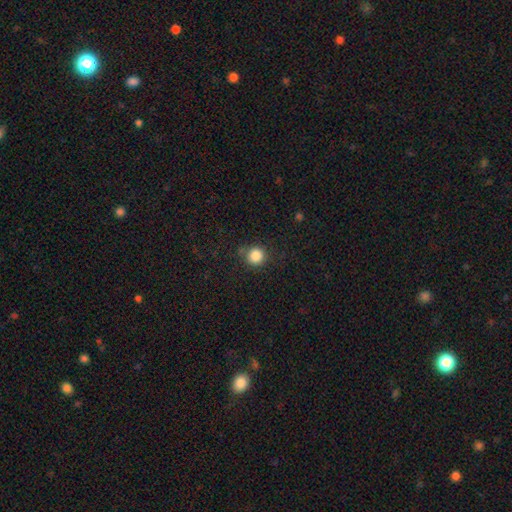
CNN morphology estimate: Q: Smooth or featured?
A: smooth (85%); runner-up: star or artifact (11%)
Q: How rounded?
A: round (92%); runner-up: in between (7%)
Q: Merging?
A: none (82%); runner-up: minor disturbance (12%)